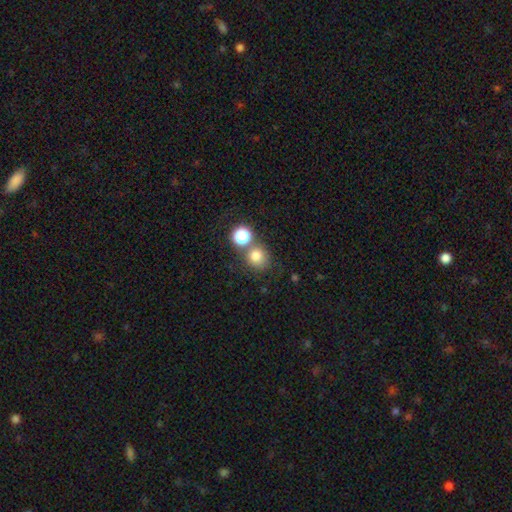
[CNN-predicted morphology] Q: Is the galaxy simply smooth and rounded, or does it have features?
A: smooth — 77%.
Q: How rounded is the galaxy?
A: round — 87%.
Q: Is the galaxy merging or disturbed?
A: none — 64%.